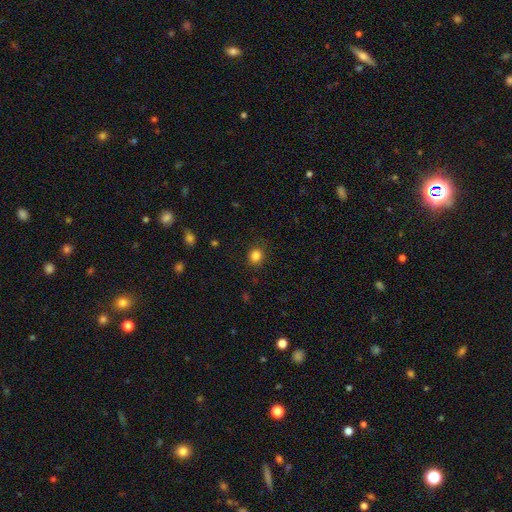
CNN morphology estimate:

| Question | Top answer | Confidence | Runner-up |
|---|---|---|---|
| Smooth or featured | smooth | 84% | star or artifact (12%) |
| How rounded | round | 82% | in between (17%) |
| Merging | none | 88% | minor disturbance (8%) |